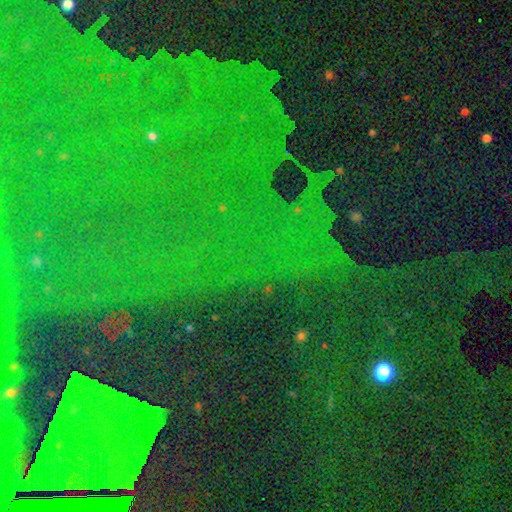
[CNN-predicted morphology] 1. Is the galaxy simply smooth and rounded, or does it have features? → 84% star or artifact, 8% smooth, 8% featured or disk.